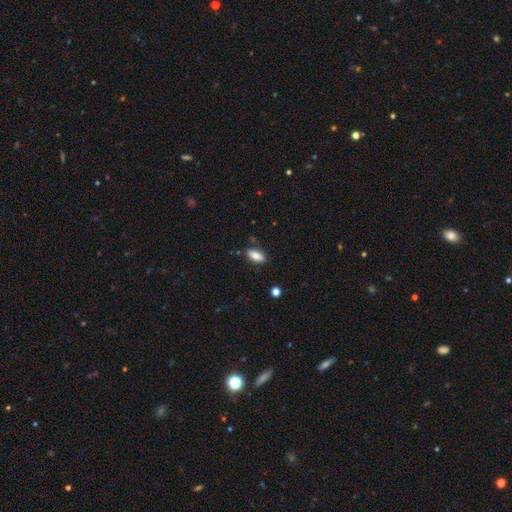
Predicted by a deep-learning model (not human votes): Smooth or featured: smooth — 85% (featured or disk — 8%)
How rounded: in between — 84% (cigar-shaped — 13%)
Merging: none — 82% (minor disturbance — 13%)